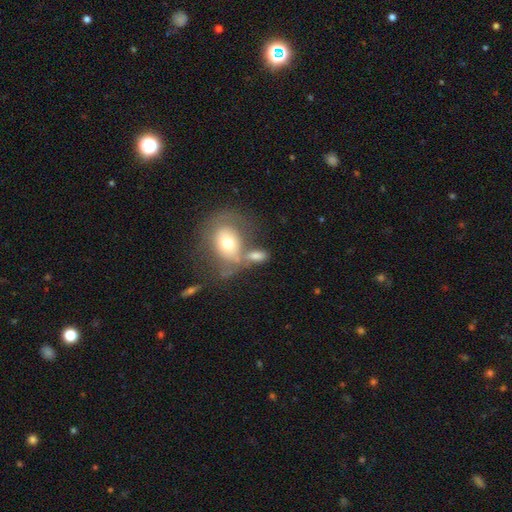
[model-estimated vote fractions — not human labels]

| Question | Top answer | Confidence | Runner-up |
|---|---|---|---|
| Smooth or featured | smooth | 66% | featured or disk (25%) |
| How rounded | in between | 76% | round (19%) |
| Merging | none | 38% | merger (36%) |